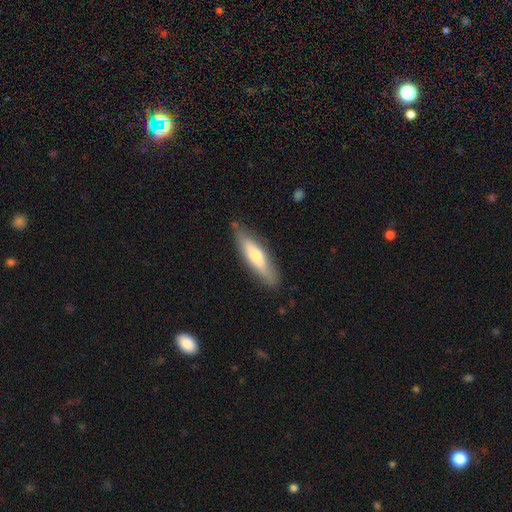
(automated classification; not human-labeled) A smooth galaxy with no disk features (59%) that is cigar-shaped (69%).

Vote fractions:
- Smooth or featured? smooth: 59% / featured or disk: 36% / star or artifact: 6%
- How rounded? cigar-shaped: 69% / in between: 29% / round: 2%
- Merging? none: 82% / minor disturbance: 13% / major disturbance: 3% / merger: 2%